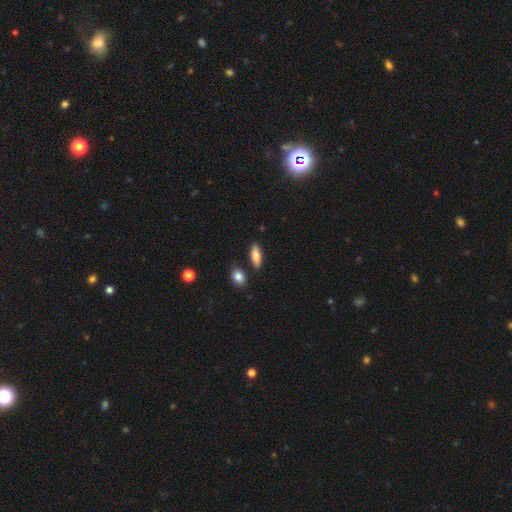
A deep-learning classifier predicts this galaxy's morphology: Smooth or featured? smooth (83%)
How rounded? in between (63%)
Merging? none (84%)